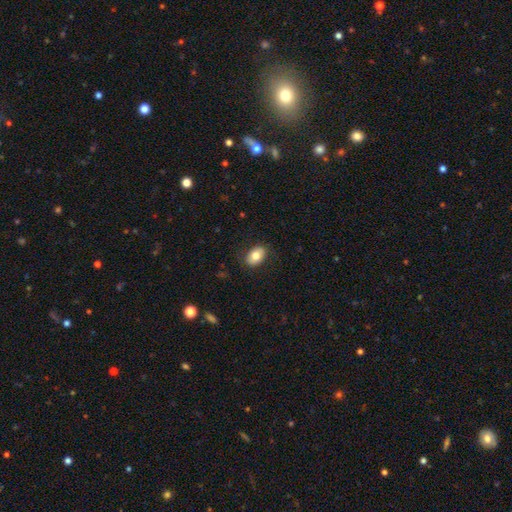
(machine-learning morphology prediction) The model was most divided on "smooth or featured": smooth: 79%, featured or disk: 14%, star or artifact: 8%. More confident: merging — none (85%); how rounded — in between (83%).